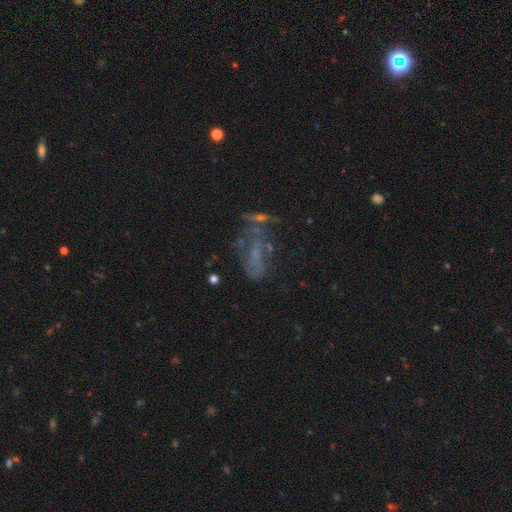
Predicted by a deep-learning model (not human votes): smooth_or_featured: featured or disk (p=0.46) [alt: smooth p=0.28]
merging: major disturbance (p=0.33) [alt: none p=0.30]